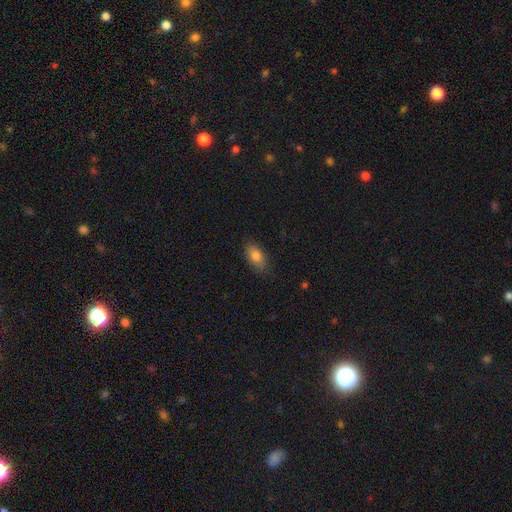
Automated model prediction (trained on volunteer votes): smooth-or-featured: smooth: 82% | featured or disk: 10% | star or artifact: 8%
  how-rounded: in between: 89% | cigar-shaped: 6% | round: 5%
  merging: none: 84% | minor disturbance: 12% | major disturbance: 3% | merger: 1%